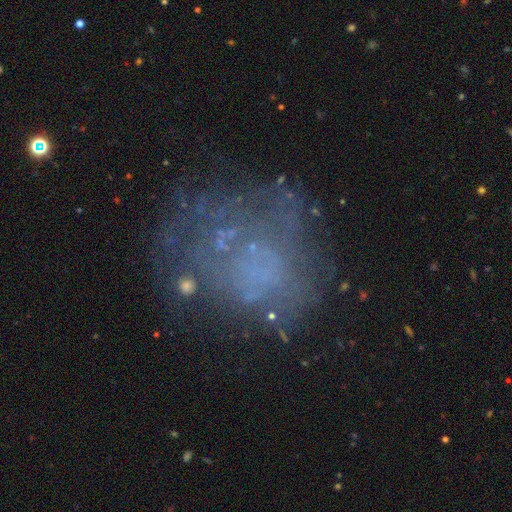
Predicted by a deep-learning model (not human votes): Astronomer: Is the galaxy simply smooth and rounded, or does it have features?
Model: featured or disk — 52% (runner-up: smooth, 27%).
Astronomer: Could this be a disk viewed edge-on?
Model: no — 98%.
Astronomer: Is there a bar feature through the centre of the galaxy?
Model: no — 93%.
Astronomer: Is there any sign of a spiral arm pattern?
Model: no — 85%.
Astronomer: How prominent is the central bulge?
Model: none — 79%.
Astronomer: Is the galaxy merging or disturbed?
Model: none — 54%.